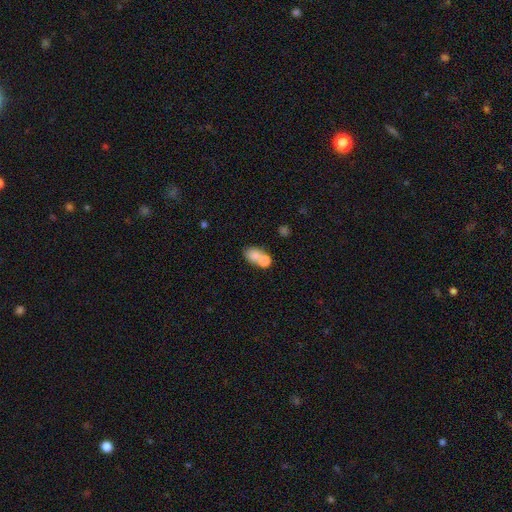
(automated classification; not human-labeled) Smooth or featured? smooth (76%)
How rounded? in between (64%)
Merging? merger (57%)